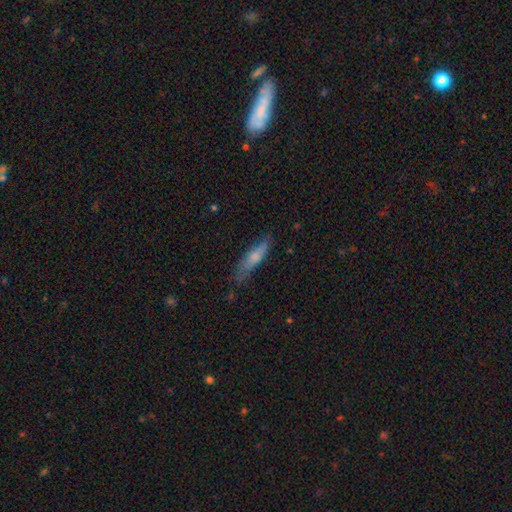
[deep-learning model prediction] This appears to be a smooth galaxy with no disk features (60%) that is cigar-shaped (80%). Merging: none (72%).